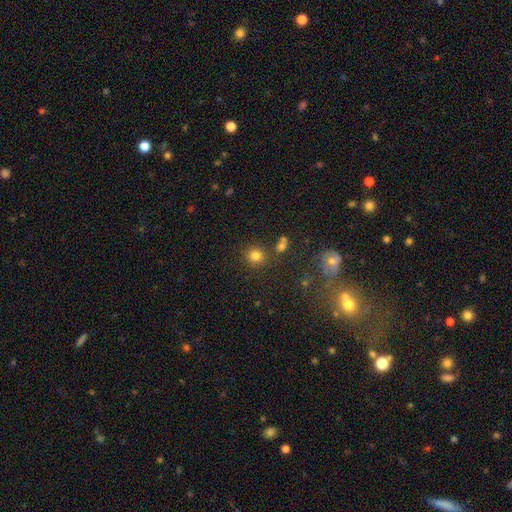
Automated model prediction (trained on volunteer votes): smooth_or_featured: smooth (p=0.79) [alt: star or artifact p=0.15]
how_rounded: round (p=0.86) [alt: in between p=0.13]
merging: none (p=0.79) [alt: minor disturbance p=0.09]